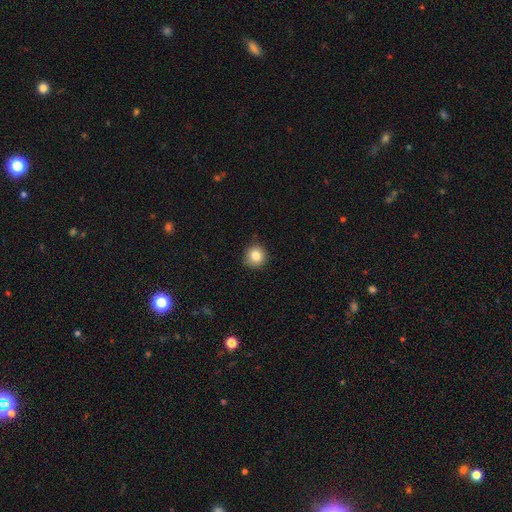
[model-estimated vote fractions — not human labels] Smooth or featured? smooth (82%)
How rounded? round (93%)
Merging? none (86%)